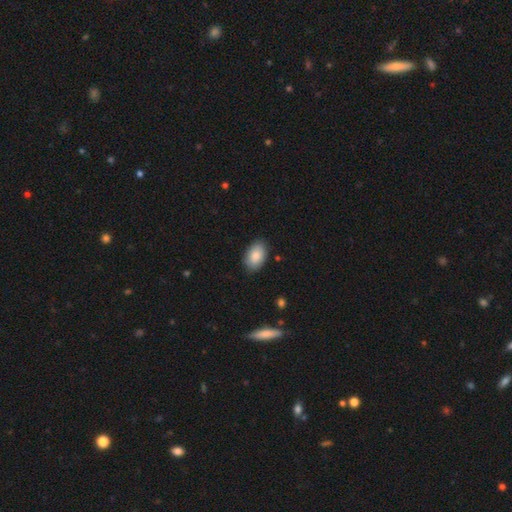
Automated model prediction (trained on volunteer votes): Q: Smooth or featured?
A: smooth (87%); runner-up: featured or disk (7%)
Q: How rounded?
A: in between (91%); runner-up: round (8%)
Q: Merging?
A: none (86%); runner-up: minor disturbance (11%)